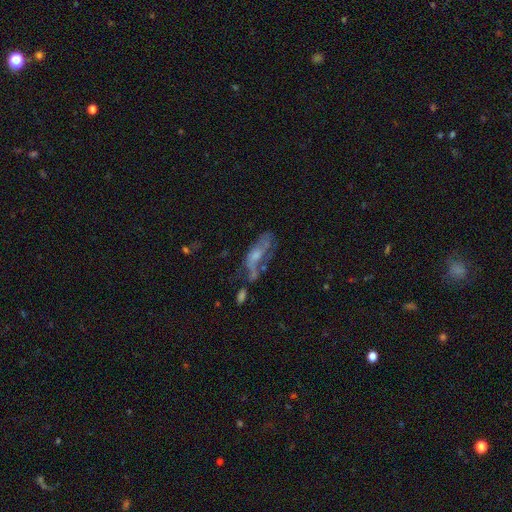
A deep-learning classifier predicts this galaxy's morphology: A featured or disk galaxy (57%). Merging: major disturbance (30%, tied with none).